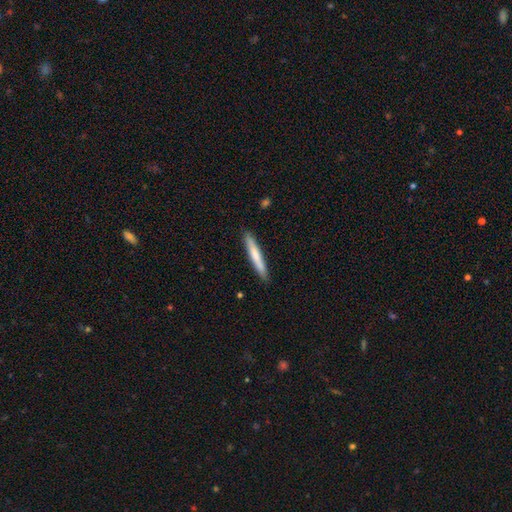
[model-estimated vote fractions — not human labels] smooth-or-featured: smooth: 69% | featured or disk: 26% | star or artifact: 5%
  how-rounded: cigar-shaped: 95% | in between: 4% | round: 1%
  merging: none: 91% | minor disturbance: 7% | major disturbance: 1% | merger: 1%